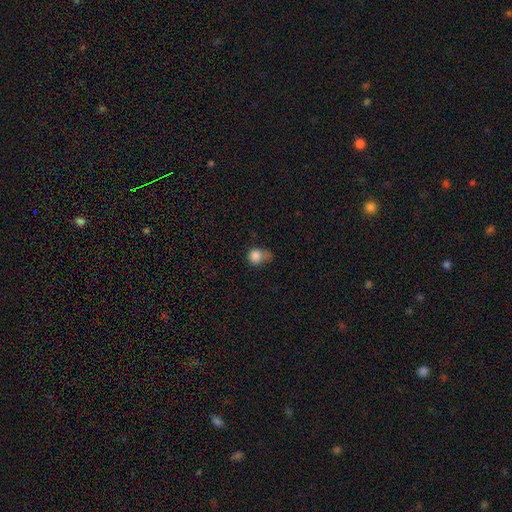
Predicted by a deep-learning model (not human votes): Smooth or featured?
  - smooth: 82% *
  - star or artifact: 11%
  - featured or disk: 7%
How rounded?
  - round: 74% *
  - in between: 25%
  - cigar-shaped: 1%
Merging?
  - minor disturbance: 35% *
  - none: 33%
  - major disturbance: 23%
  - merger: 10%